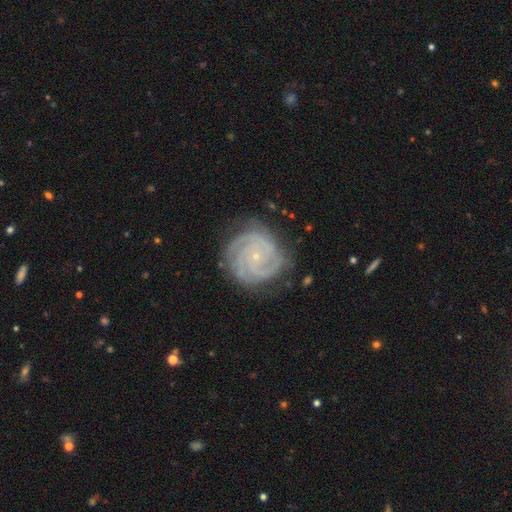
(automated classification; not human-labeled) The model was most divided on "spiral arm count": 3: 35%, 4: 21%, 2: 19%, can't tell: 11%, more than 4: 7%, 1: 6%. More confident: spiral arms — yes (99%); edge-on disk — no (98%); smooth or featured — featured or disk (90%); bulge size — small (87%); spiral winding — tight (81%); merging — none (80%); bar — no (77%).